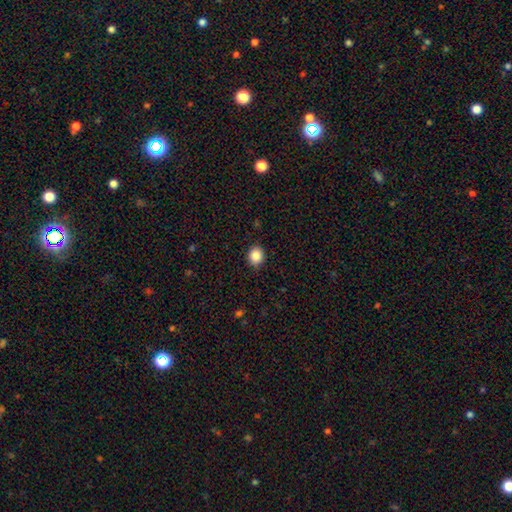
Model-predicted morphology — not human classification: This appears to be a smooth galaxy with no disk features (86%) that is round (73%). Merging: none (90%).